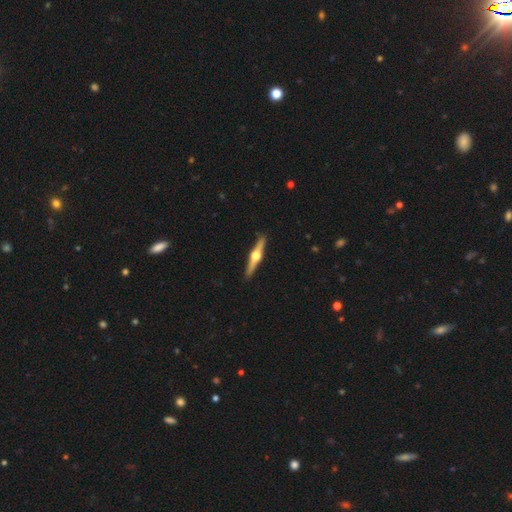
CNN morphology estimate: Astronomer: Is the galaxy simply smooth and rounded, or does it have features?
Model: featured or disk — 78%.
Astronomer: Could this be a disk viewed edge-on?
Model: yes — 98%.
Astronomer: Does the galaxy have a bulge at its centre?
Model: rounded — 96%.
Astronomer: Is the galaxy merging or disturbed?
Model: none — 92%.